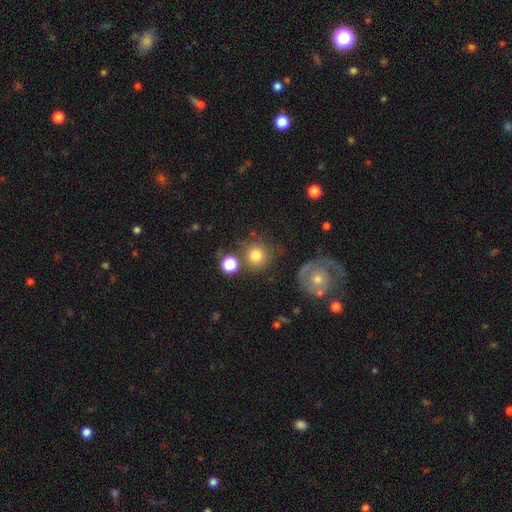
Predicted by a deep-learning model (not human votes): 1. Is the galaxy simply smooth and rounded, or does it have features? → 78% smooth, 11% featured or disk, 10% star or artifact.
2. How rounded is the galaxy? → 92% round, 8% in between, 1% cigar-shaped.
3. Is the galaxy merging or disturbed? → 68% none, 14% merger, 13% minor disturbance, 6% major disturbance.